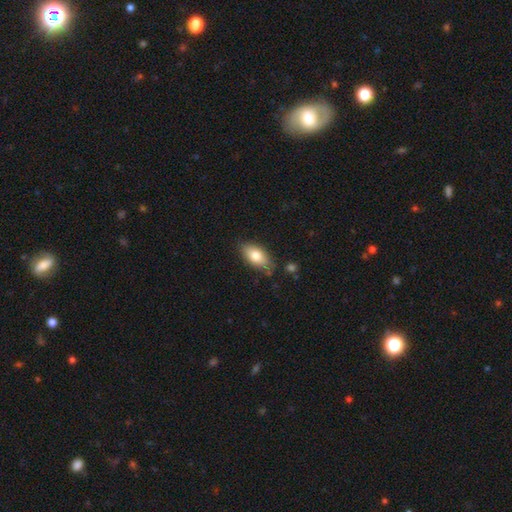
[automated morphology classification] This is likely a smooth galaxy (78%). How rounded: clearly in between (90%). Merging: likely none (77%).